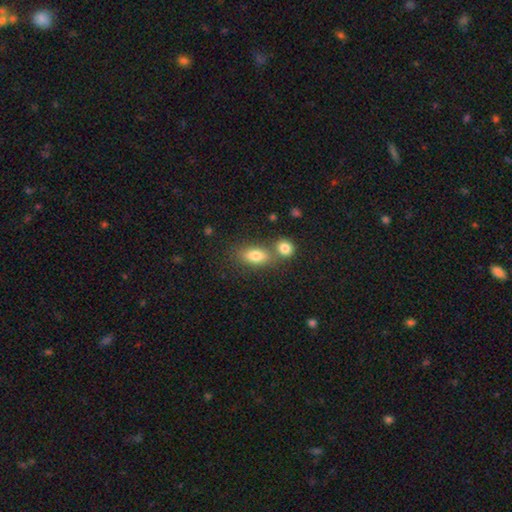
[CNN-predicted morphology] This appears to be a smooth galaxy with no disk features (80%) that is in between round and cigar-shaped (83%). Merging: none (51%).